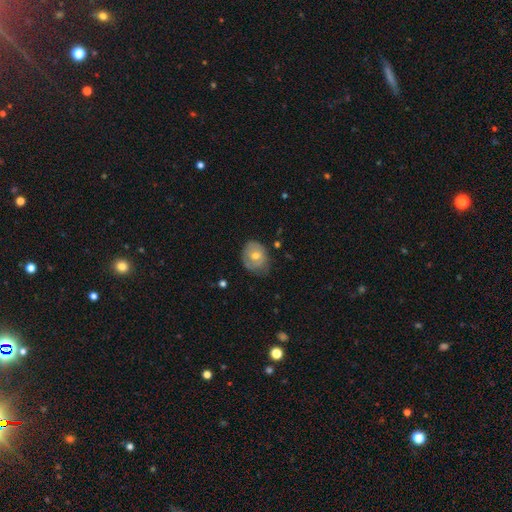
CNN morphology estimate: This is possibly a smooth galaxy (55%). How rounded: possibly round (55%). Merging: likely none (62%).